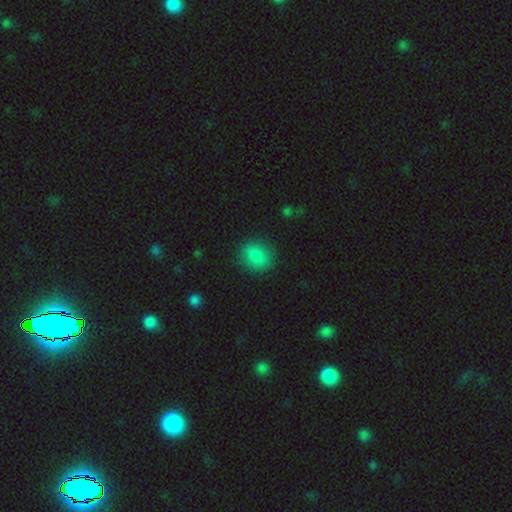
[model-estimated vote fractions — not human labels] smooth 86%, star or artifact 9%, featured or disk 5%. Down the decision tree: how rounded — round (71%); merging — none (86%).